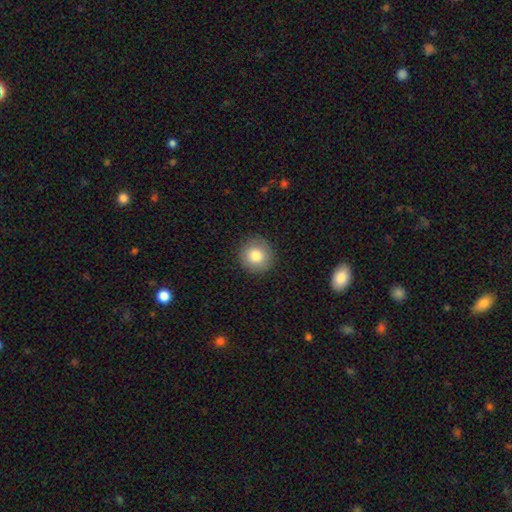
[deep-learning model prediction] Morphology: type=smooth (81%); roundness=round (94%); merging=none (89%).